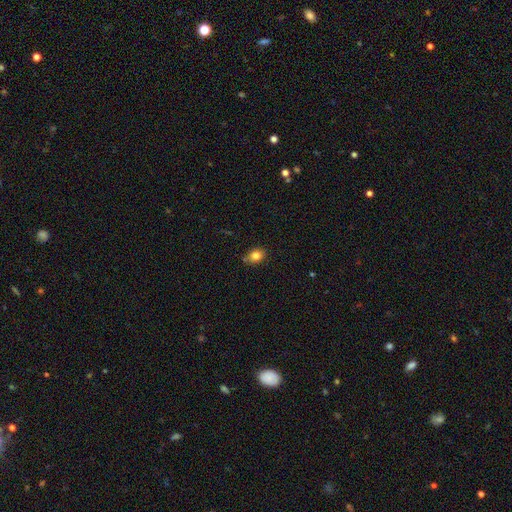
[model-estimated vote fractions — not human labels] A smooth galaxy with no disk features (83%) that is in between round and cigar-shaped (64%).

Vote fractions:
- Smooth or featured? smooth: 83% / star or artifact: 10% / featured or disk: 7%
- How rounded? in between: 64% / round: 35% / cigar-shaped: 1%
- Merging? none: 76% / minor disturbance: 17% / merger: 3% / major disturbance: 3%